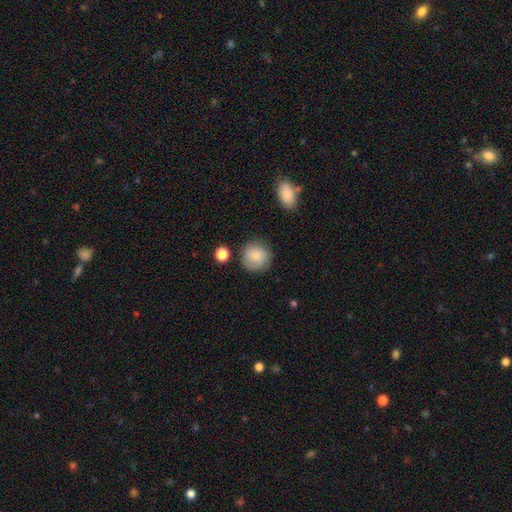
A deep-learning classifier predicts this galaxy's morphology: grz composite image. It shows a smooth galaxy with no disk features (83%) that is round (93%). Merging: none (83%).